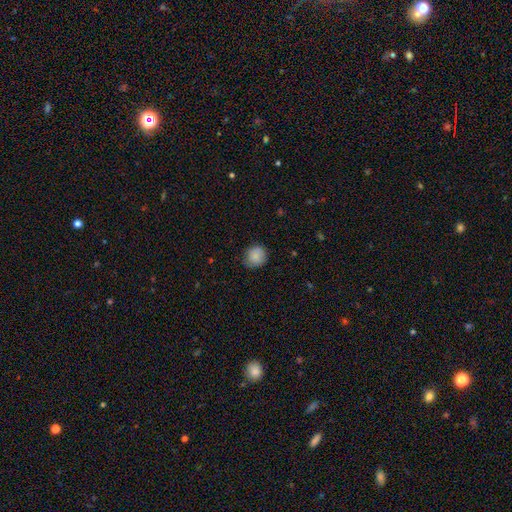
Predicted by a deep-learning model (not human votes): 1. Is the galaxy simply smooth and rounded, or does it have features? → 85% smooth, 8% star or artifact, 7% featured or disk.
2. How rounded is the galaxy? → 87% round, 12% in between, 1% cigar-shaped.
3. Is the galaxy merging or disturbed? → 77% none, 18% minor disturbance, 4% major disturbance, 1% merger.